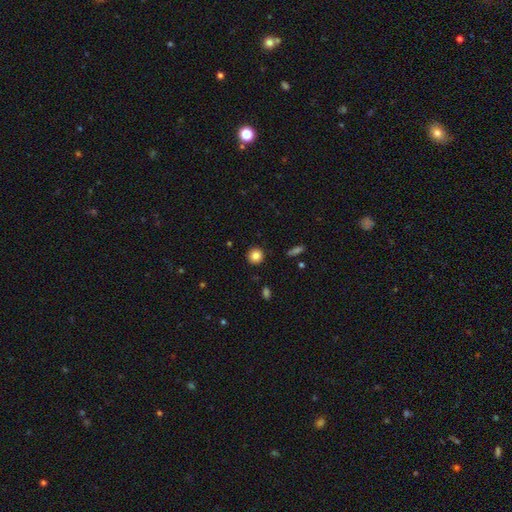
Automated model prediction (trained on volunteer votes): The model was most divided on "smooth or featured": smooth: 85%, star or artifact: 10%, featured or disk: 5%. More confident: how rounded — round (93%); merging — none (91%).